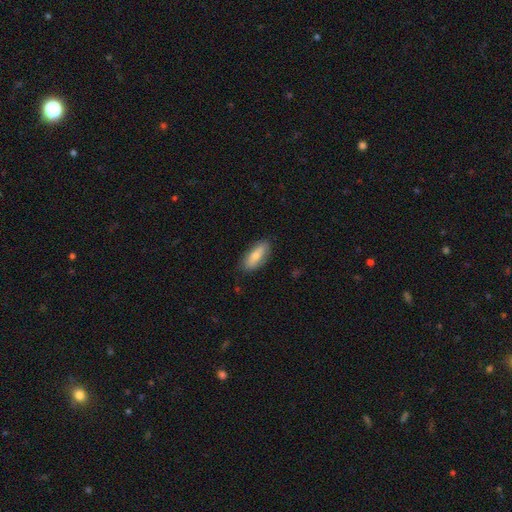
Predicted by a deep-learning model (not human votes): Morphology: type=smooth (71%); roundness=in between (72%); merging=none (83%).